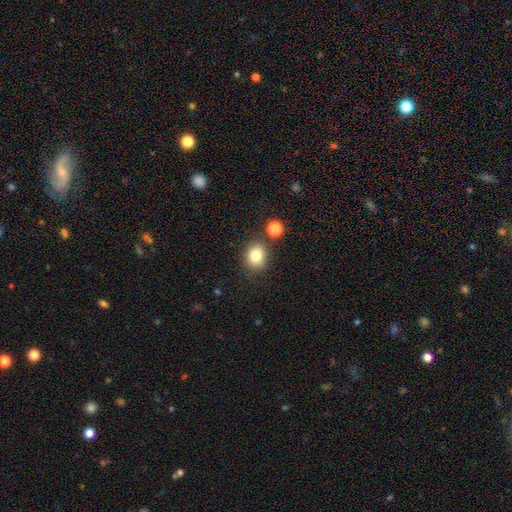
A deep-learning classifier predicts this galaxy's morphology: Smooth or featured?
  - smooth: 81% *
  - star or artifact: 11%
  - featured or disk: 8%
How rounded?
  - round: 60% *
  - in between: 39%
  - cigar-shaped: 1%
Merging?
  - none: 76% *
  - minor disturbance: 12%
  - merger: 8%
  - major disturbance: 4%